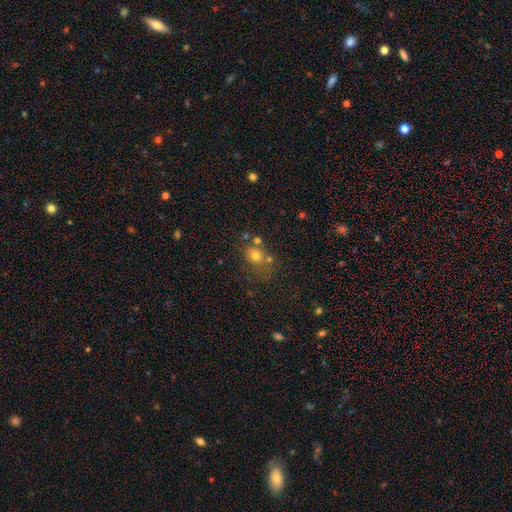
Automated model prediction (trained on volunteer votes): This appears to be a smooth galaxy with no disk features (71%) that is round (61%). Merging: none (55%).